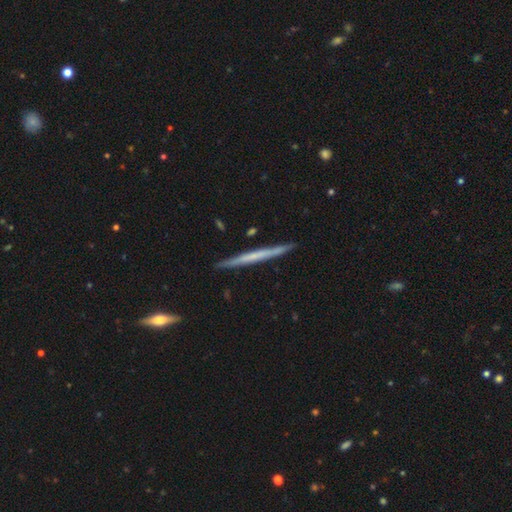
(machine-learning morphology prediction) Smooth or featured? featured or disk (52%)
Edge-on disk? yes (97%)
Merging? none (90%)